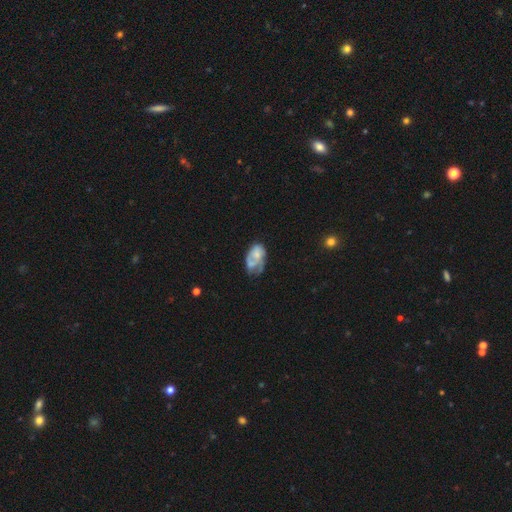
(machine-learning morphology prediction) Overall: smooth (47%; featured or disk 45%). Merging: minor disturbance (29%; none 28%).